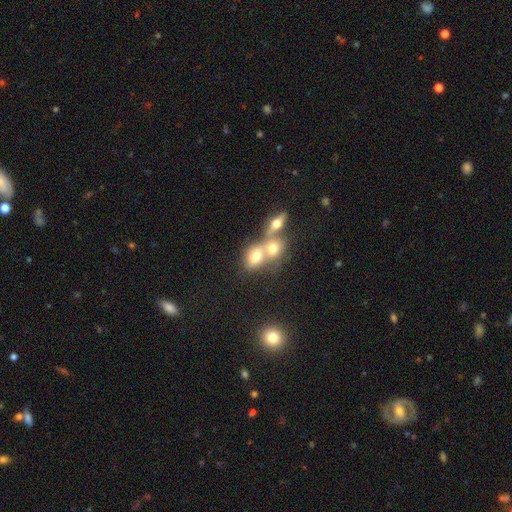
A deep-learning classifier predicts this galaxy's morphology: smooth-or-featured: smooth: 65% | featured or disk: 21% | star or artifact: 14%
  how-rounded: in between: 53% | round: 44% | cigar-shaped: 2%
  merging: merger: 58% | none: 30% | minor disturbance: 8% | major disturbance: 4%